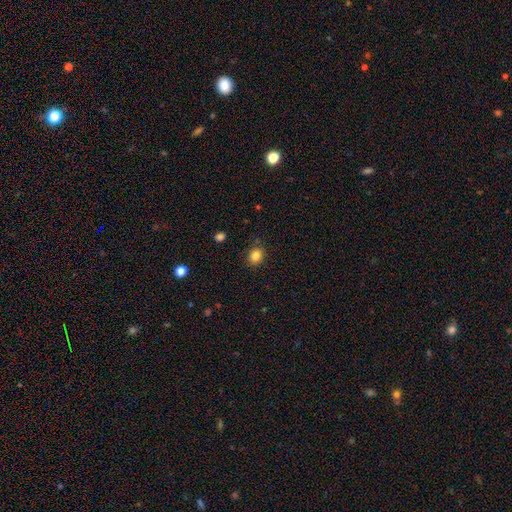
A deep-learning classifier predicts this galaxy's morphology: type=smooth (84%); roundness=round (59%); merging=none (84%).